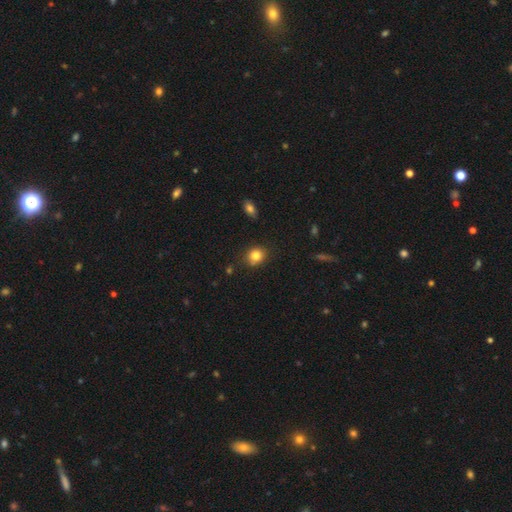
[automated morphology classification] This appears to be a smooth galaxy with no disk features (83%) that is round (68%). Merging: none (83%).